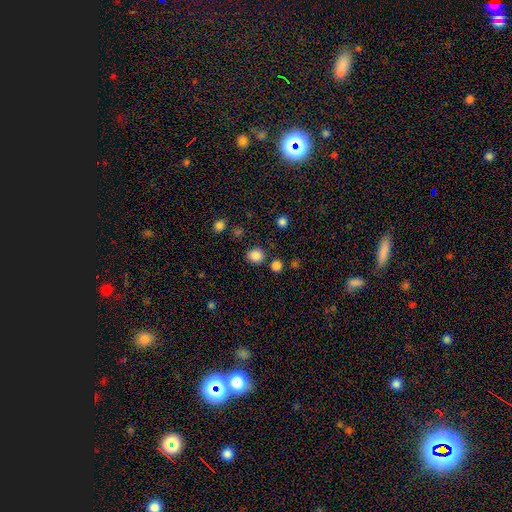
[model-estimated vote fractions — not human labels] Smooth or featured? Predicted: smooth (p=0.85). How rounded? Predicted: round (p=0.83). Merging? Predicted: none (p=0.84).